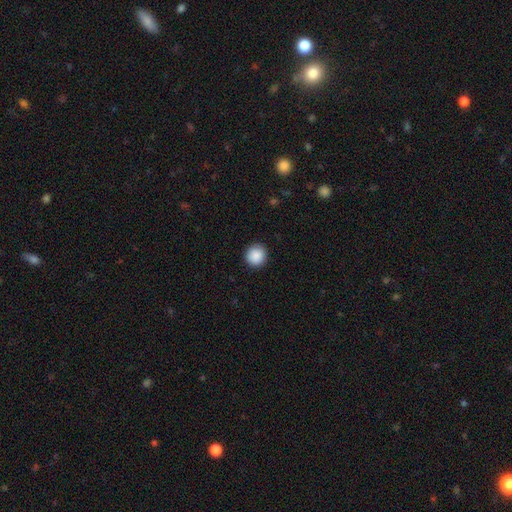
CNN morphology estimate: A smooth galaxy with no disk features (89%) that is round (94%).

Vote fractions:
- Smooth or featured? smooth: 89% / star or artifact: 8% / featured or disk: 3%
- How rounded? round: 94% / in between: 5% / cigar-shaped: 1%
- Merging? none: 91% / minor disturbance: 6% / major disturbance: 2% / merger: 1%